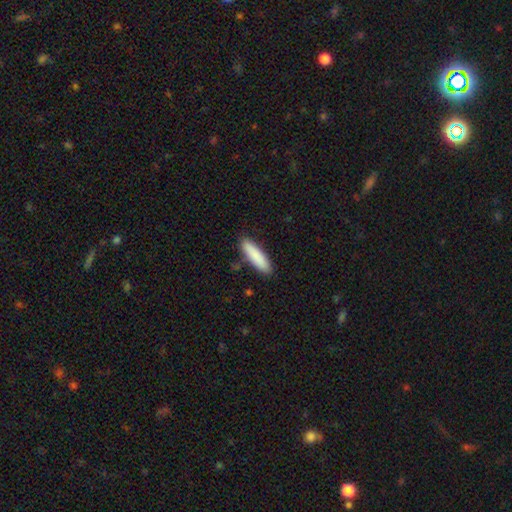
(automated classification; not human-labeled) smooth_or_featured: smooth (p=0.87) [alt: featured or disk p=0.08]
how_rounded: cigar-shaped (p=0.72) [alt: in between p=0.27]
merging: none (p=0.87) [alt: minor disturbance p=0.09]